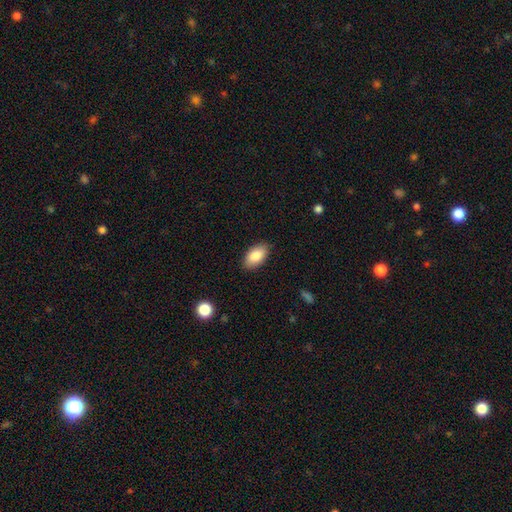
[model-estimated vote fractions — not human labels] The model was most divided on "merging": none: 87%, minor disturbance: 10%, major disturbance: 2%, merger: 1%. More confident: how rounded — in between (94%); smooth or featured — smooth (85%).